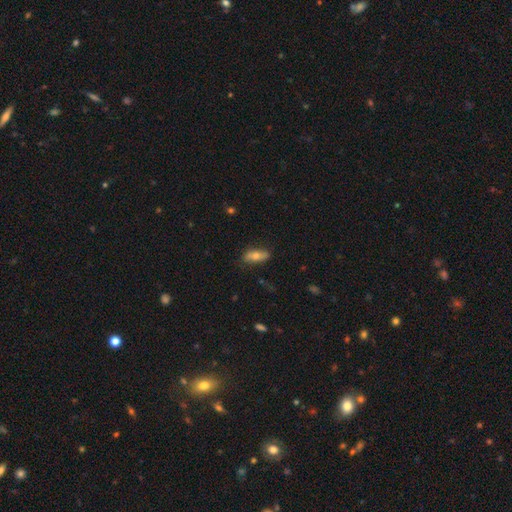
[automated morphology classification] Smooth or featured: smooth — 62% (featured or disk — 30%)
How rounded: in between — 72% (cigar-shaped — 24%)
Merging: none — 80% (minor disturbance — 16%)